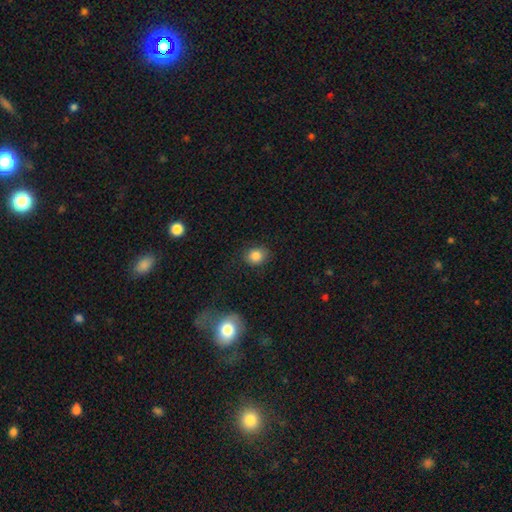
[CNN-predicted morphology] Overall: smooth (84%). How rounded: round (60%; in between 39%). Merging: none (84%).